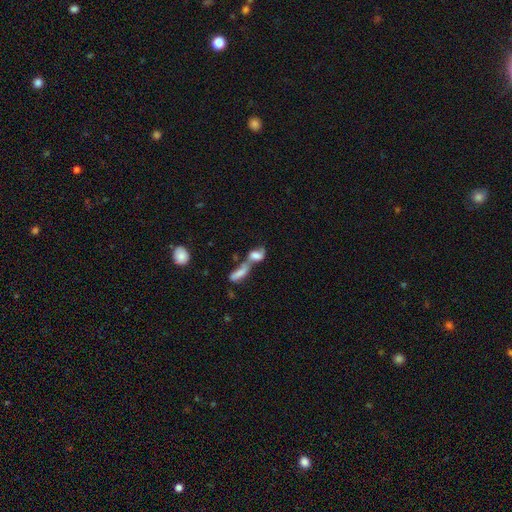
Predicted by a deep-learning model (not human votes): This is likely a smooth galaxy (61%). How rounded: likely in between (76%). Merging: likely merger (75%).